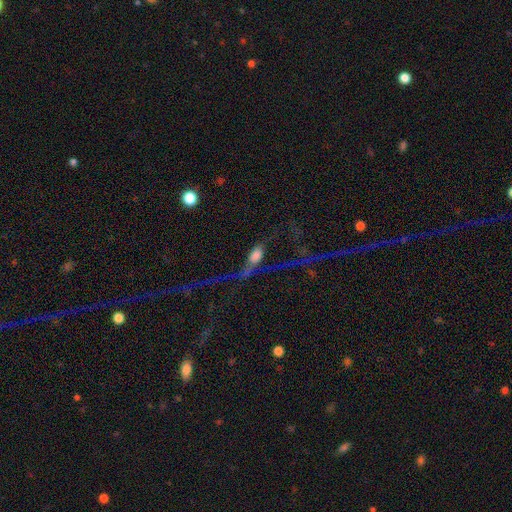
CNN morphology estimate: The model was most divided on "smooth or featured": featured or disk: 43%, smooth: 39%, star or artifact: 17%. Remaining: merging — major disturbance (48%).